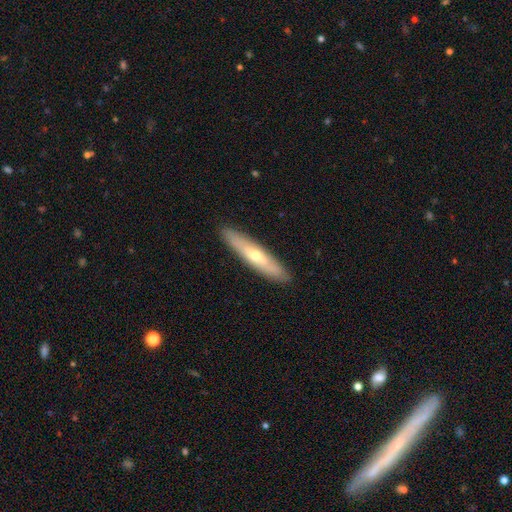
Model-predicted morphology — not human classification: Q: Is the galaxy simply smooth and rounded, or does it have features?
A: featured or disk — 48%.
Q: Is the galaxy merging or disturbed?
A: none — 90%.